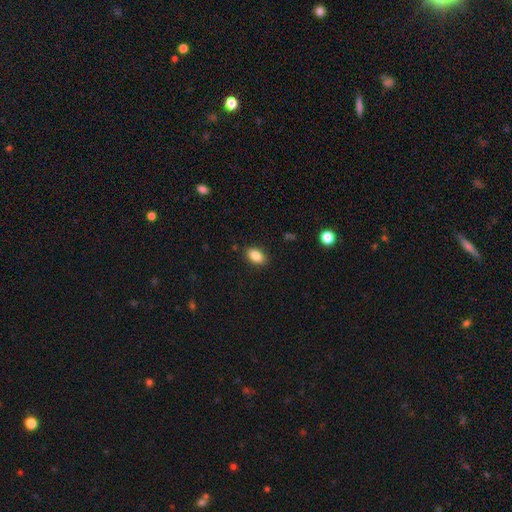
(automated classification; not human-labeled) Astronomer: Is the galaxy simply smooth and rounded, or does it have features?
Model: smooth — 86%.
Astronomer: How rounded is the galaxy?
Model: in between — 89%.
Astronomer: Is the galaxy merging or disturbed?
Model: none — 87%.